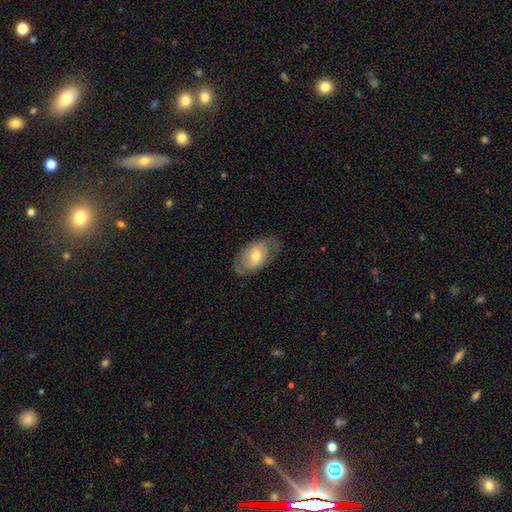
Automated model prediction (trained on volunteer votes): smooth 50%, featured or disk 44%, star or artifact 7%. Down the decision tree: merging — none (73%).